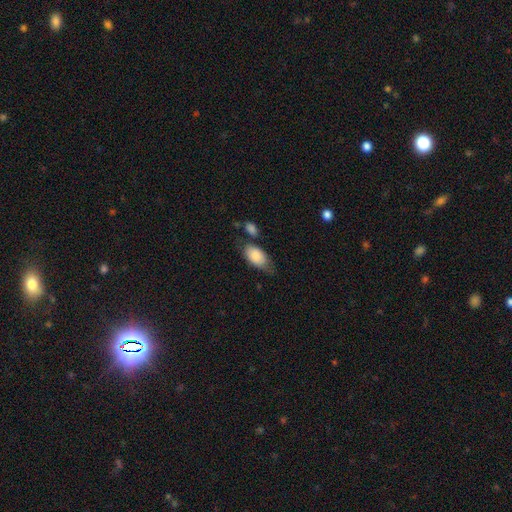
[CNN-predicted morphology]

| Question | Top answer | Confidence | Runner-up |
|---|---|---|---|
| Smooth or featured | smooth | 83% | featured or disk (11%) |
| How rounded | in between | 92% | round (4%) |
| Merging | none | 50% | minor disturbance (26%) |